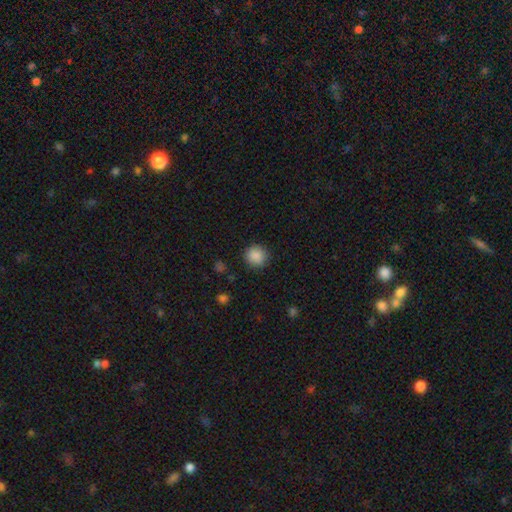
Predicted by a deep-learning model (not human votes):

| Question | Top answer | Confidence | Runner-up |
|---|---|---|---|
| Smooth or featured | smooth | 88% | star or artifact (9%) |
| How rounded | round | 93% | in between (7%) |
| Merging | none | 89% | minor disturbance (7%) |